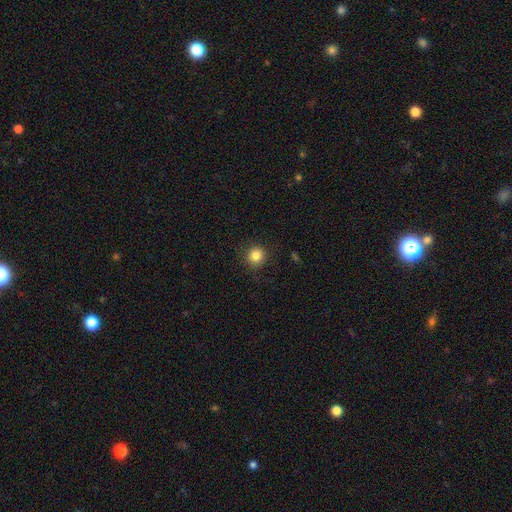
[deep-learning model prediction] Smooth or featured? smooth (84%)
How rounded? round (92%)
Merging? none (88%)